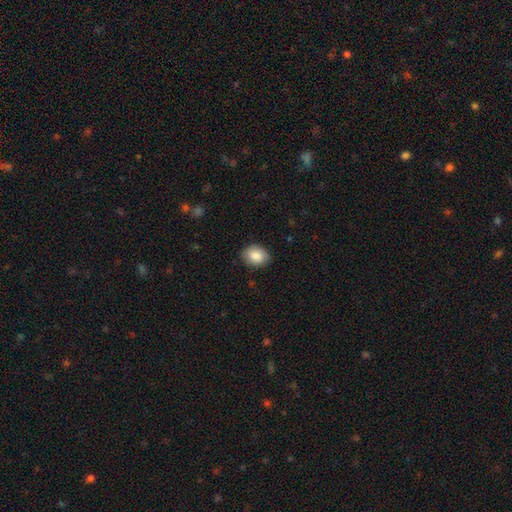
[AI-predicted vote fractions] This is clearly a smooth galaxy (86%). How rounded: likely in between (64%). Merging: clearly none (85%).